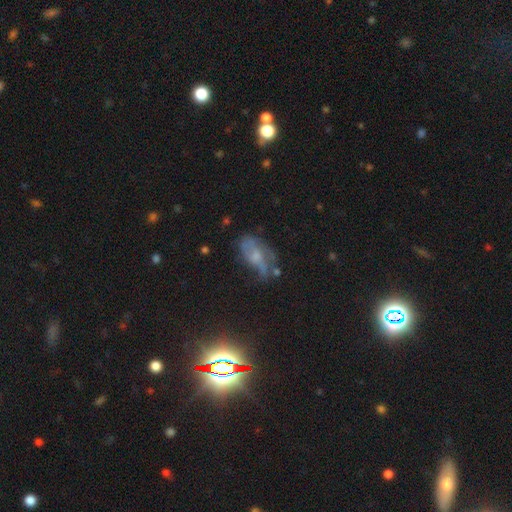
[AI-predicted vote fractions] This is possibly a featured or disk galaxy (53%). It is clearly not viewed edge-on (91%). Merging: marginally none (43%).